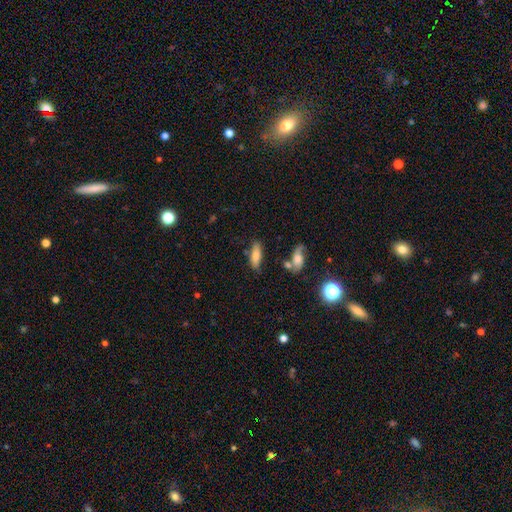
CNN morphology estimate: Overall: smooth (72%). How rounded: in between (58%; cigar-shaped 39%). Merging: none (72%).